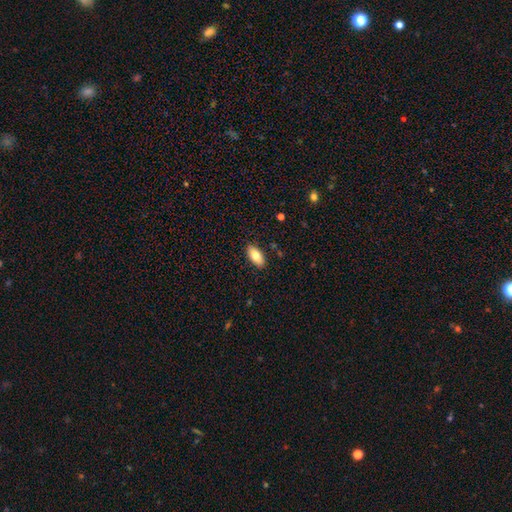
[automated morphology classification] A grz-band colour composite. It shows a smooth galaxy with no disk features (81%) that is in between round and cigar-shaped (92%). Merging: none (88%).